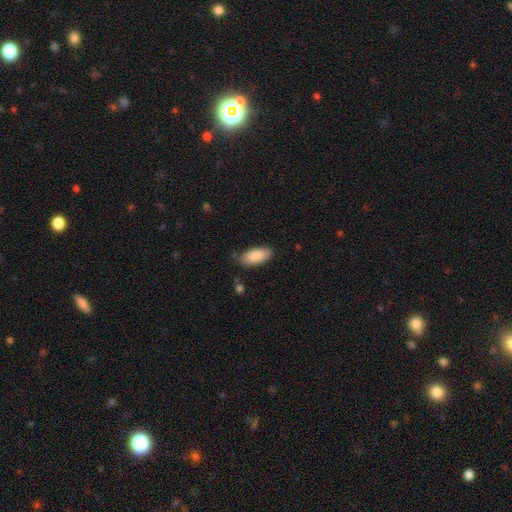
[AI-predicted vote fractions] Overall: smooth (88%). How rounded: in between (89%). Merging: none (82%).